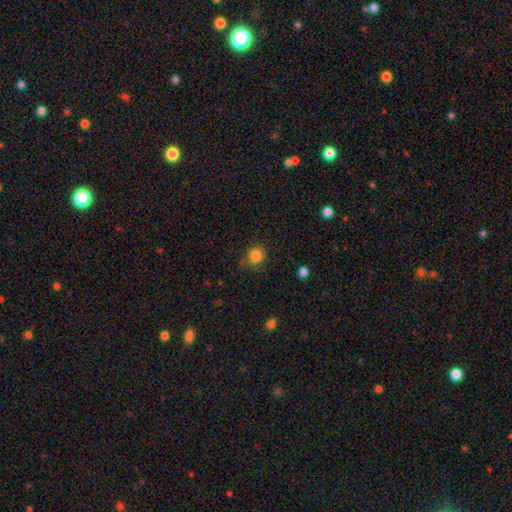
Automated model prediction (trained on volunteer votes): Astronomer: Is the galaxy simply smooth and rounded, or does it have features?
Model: smooth — 85%.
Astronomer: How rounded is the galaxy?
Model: round — 89%.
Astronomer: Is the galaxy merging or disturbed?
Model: none — 78%.